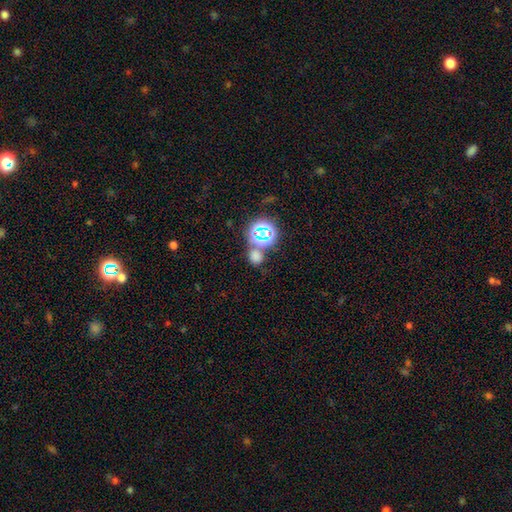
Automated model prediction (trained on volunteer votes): Smooth or featured: smooth — 59% (star or artifact — 34%)
How rounded: round — 70% (in between — 29%)
Merging: none — 61% (merger — 25%)